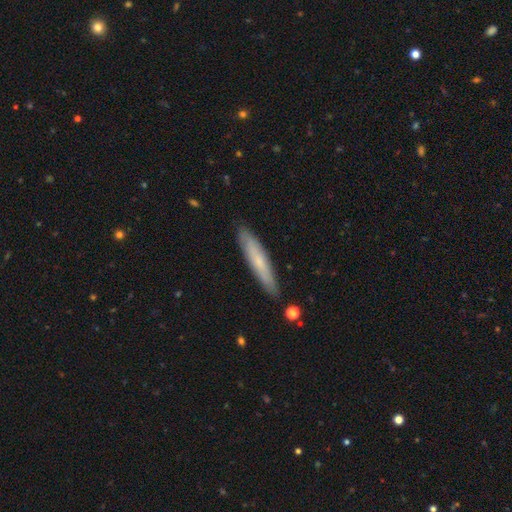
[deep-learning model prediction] smooth_or_featured: smooth (p=0.54) [alt: featured or disk p=0.37]
how_rounded: cigar-shaped (p=0.92) [alt: in between p=0.07]
merging: none (p=0.87) [alt: minor disturbance p=0.09]